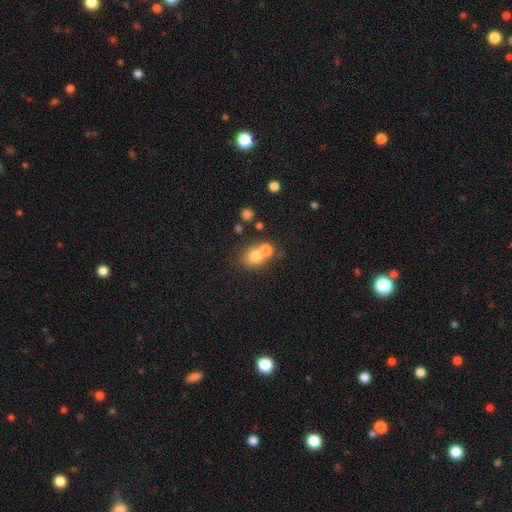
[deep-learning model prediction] The model was most divided on "merging": merger: 49%, none: 40%, minor disturbance: 8%, major disturbance: 4%. More confident: smooth or featured — smooth (74%); how rounded — round (71%).